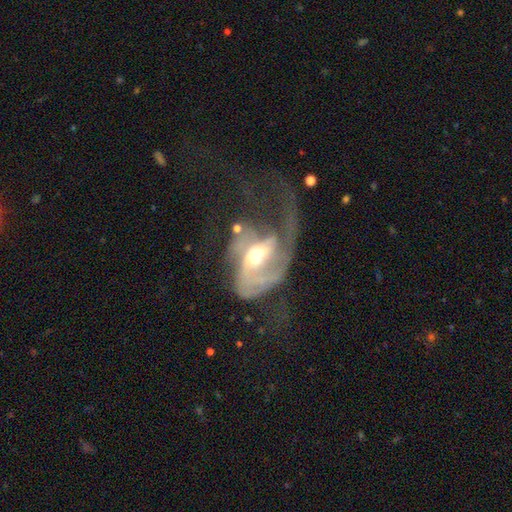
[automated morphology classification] Smooth or featured? Predicted: featured or disk (p=0.82). Edge-on disk? Predicted: no (p=0.96). Bar? Predicted: no (p=0.42). Spiral arms? Predicted: yes (p=0.86). Spiral winding? Predicted: loose (p=0.45). Spiral arm count? Predicted: 1 (p=0.42). Bulge size? Predicted: moderate (p=0.71). Merging? Predicted: major disturbance (p=0.63).